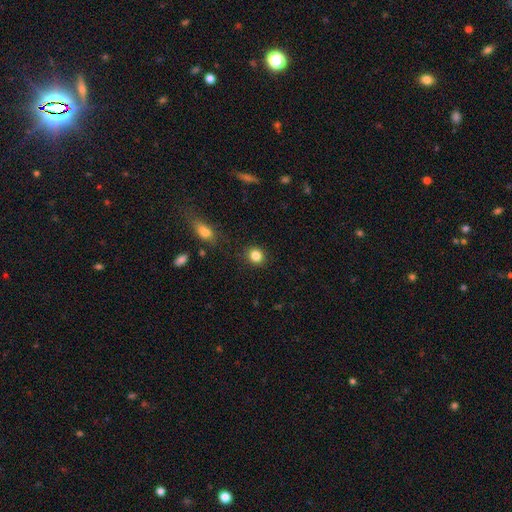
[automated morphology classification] This appears to be a smooth galaxy with no disk features (85%) that is round (80%). Merging: none (89%).